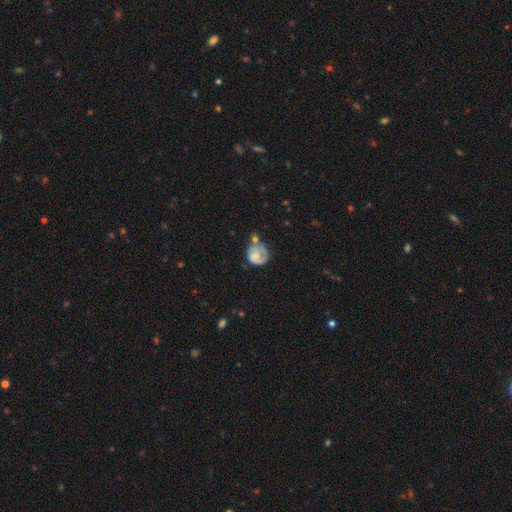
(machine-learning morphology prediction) This is possibly a featured or disk galaxy (50%). Merging: marginally none (37%).